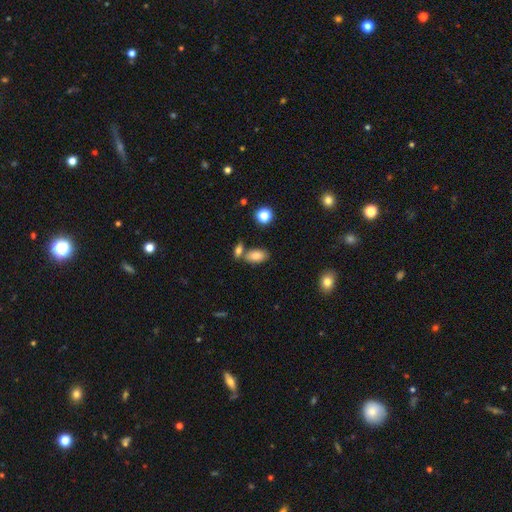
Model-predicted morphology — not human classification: smooth 81%, featured or disk 10%, star or artifact 9%. Down the decision tree: how rounded — in between (91%); merging — none (64%).